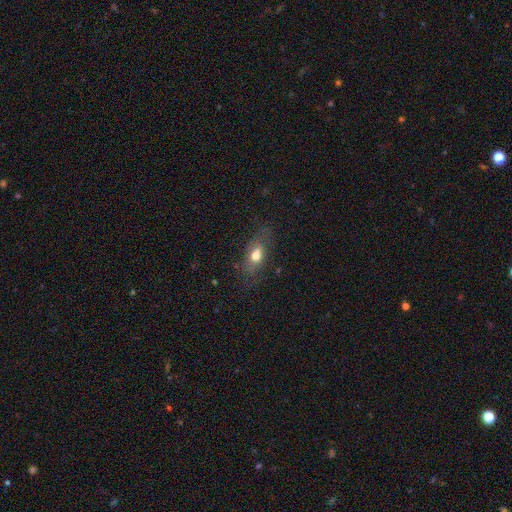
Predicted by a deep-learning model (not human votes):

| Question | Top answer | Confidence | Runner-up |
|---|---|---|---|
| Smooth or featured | smooth | 66% | featured or disk (24%) |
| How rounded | in between | 77% | cigar-shaped (12%) |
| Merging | none | 66% | minor disturbance (21%) |